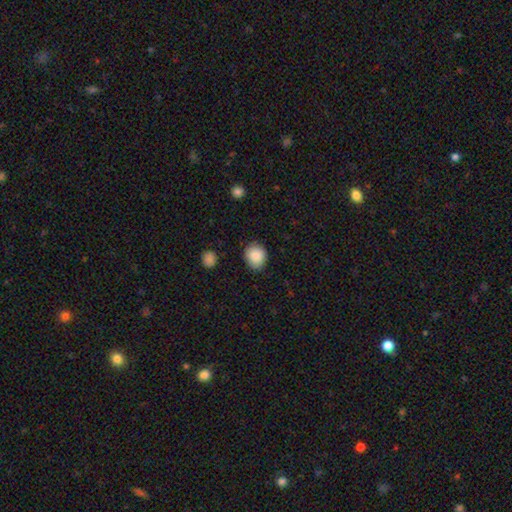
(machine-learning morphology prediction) Smooth or featured? Predicted: smooth (p=0.88). How rounded? Predicted: round (p=0.71). Merging? Predicted: none (p=0.84).